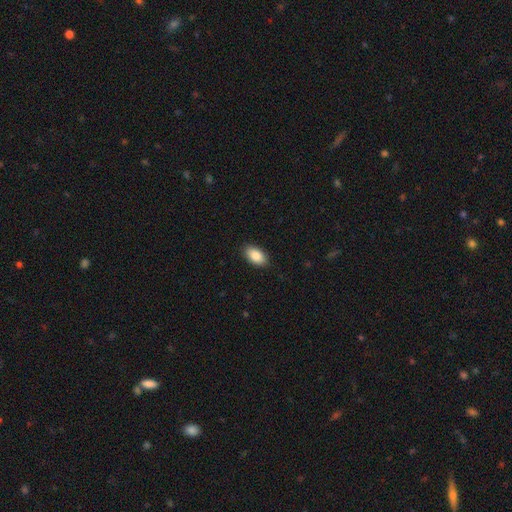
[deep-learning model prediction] This is clearly a smooth galaxy (87%). How rounded: clearly in between (94%). Merging: clearly none (89%).